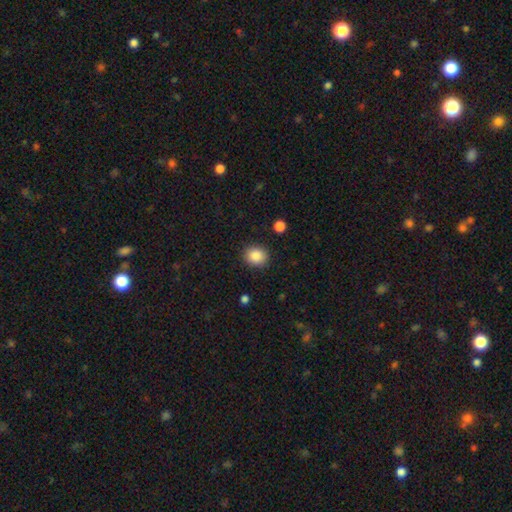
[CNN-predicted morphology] Smooth or featured: smooth — 86% (star or artifact — 9%)
How rounded: round — 75% (in between — 24%)
Merging: none — 89% (minor disturbance — 7%)